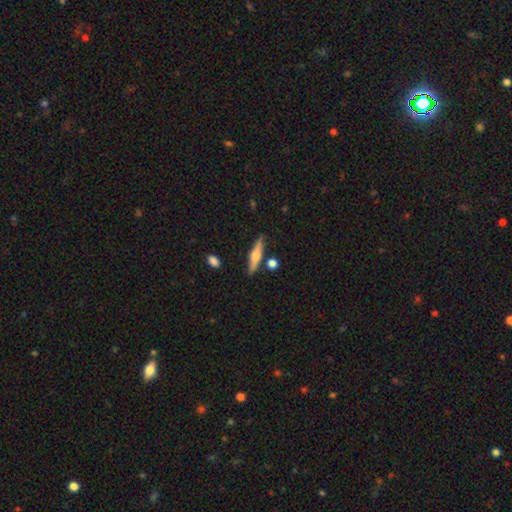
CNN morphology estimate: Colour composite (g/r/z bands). It shows a featured or disk galaxy (51%) viewed edge-on (95%). Merging: none (82%).